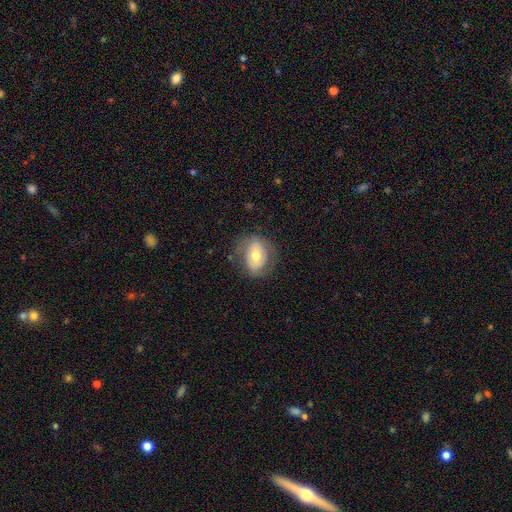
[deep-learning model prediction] A smooth galaxy with no disk features (58%) that is in between round and cigar-shaped (62%).

Vote fractions:
- Smooth or featured? smooth: 58% / featured or disk: 35% / star or artifact: 8%
- How rounded? in between: 62% / round: 37% / cigar-shaped: 1%
- Merging? none: 70% / minor disturbance: 20% / major disturbance: 9% / merger: 1%